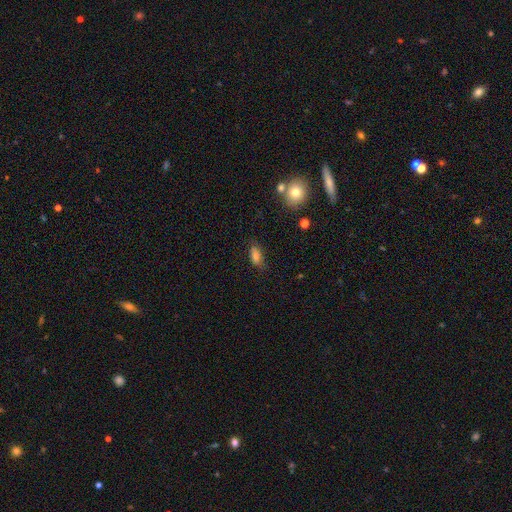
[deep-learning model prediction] A smooth galaxy with no disk features (76%) that is in between round and cigar-shaped (81%).

Vote fractions:
- Smooth or featured? smooth: 76% / star or artifact: 12% / featured or disk: 12%
- How rounded? in between: 81% / cigar-shaped: 13% / round: 6%
- Merging? none: 72% / minor disturbance: 20% / major disturbance: 6% / merger: 2%